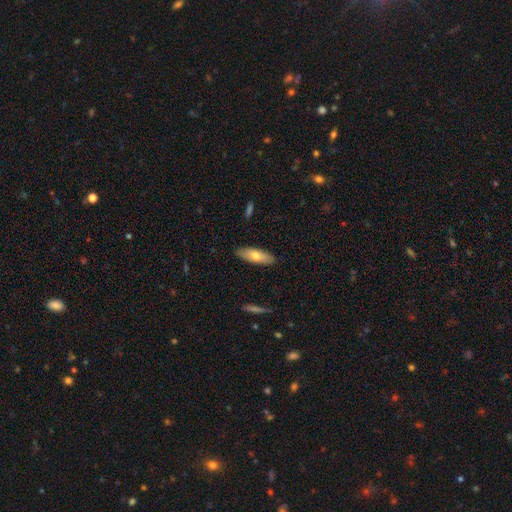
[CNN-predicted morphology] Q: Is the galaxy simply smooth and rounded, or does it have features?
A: smooth — 67%.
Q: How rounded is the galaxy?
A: in between — 58%.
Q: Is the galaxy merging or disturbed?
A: none — 88%.